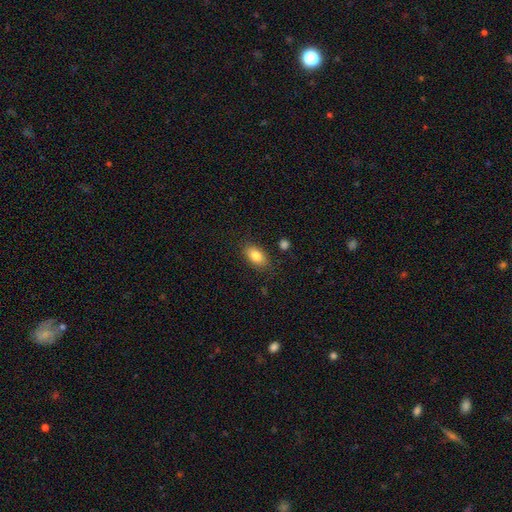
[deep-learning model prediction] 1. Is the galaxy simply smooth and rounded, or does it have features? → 83% smooth, 9% featured or disk, 8% star or artifact.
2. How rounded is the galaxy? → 89% in between, 7% round, 3% cigar-shaped.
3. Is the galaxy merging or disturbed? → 83% none, 12% minor disturbance, 3% major disturbance, 2% merger.